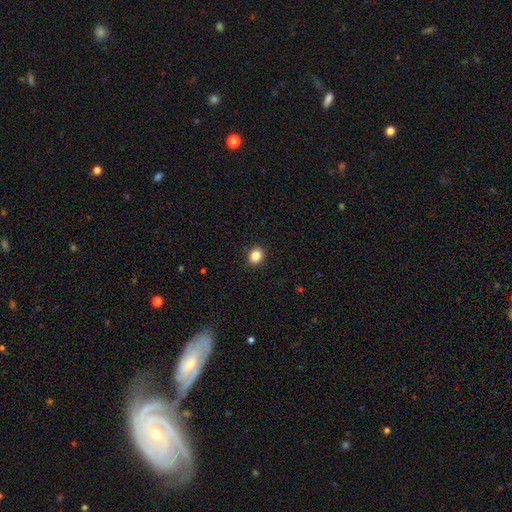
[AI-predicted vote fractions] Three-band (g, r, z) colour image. It shows a smooth galaxy with no disk features (85%) that is round (57%). Merging: none (90%).